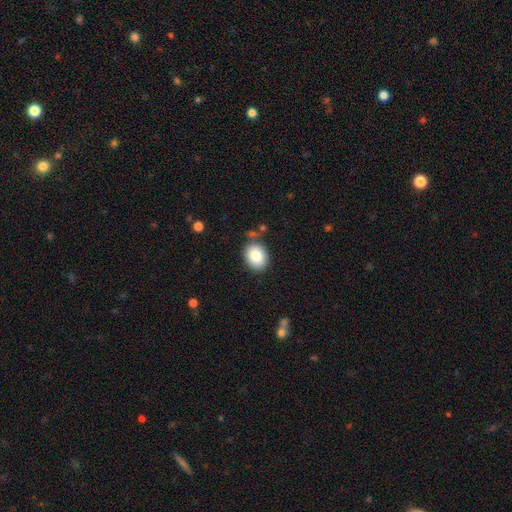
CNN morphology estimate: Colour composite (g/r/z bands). It shows a smooth galaxy with no disk features (84%) that is in between round and cigar-shaped (55%). Merging: none (80%).